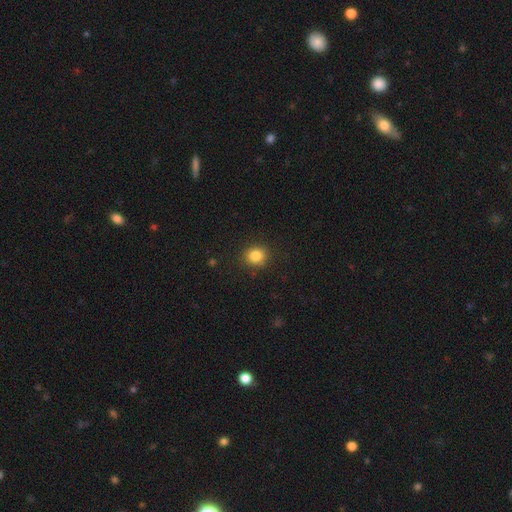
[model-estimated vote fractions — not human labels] Q: Smooth or featured?
A: smooth (84%); runner-up: star or artifact (11%)
Q: How rounded?
A: round (82%); runner-up: in between (17%)
Q: Merging?
A: none (88%); runner-up: minor disturbance (8%)